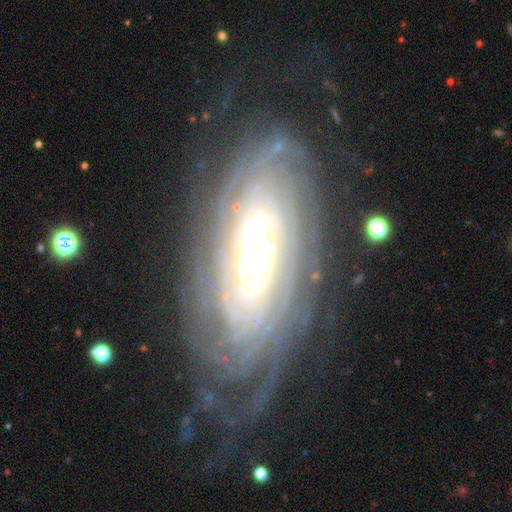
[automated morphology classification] featured or disk 87%, smooth 7%, star or artifact 6%. Down the decision tree: edge-on disk — no (91%); bar — no (61%); spiral arms — yes (96%); spiral arm count — can't tell (36%); spiral winding — tight (81%); bulge size — moderate (52%); merging — none (73%).